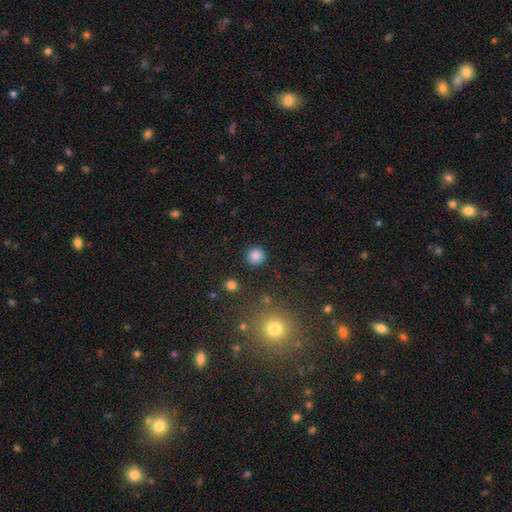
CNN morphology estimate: Smooth or featured? smooth (85%)
How rounded? round (94%)
Merging? none (90%)